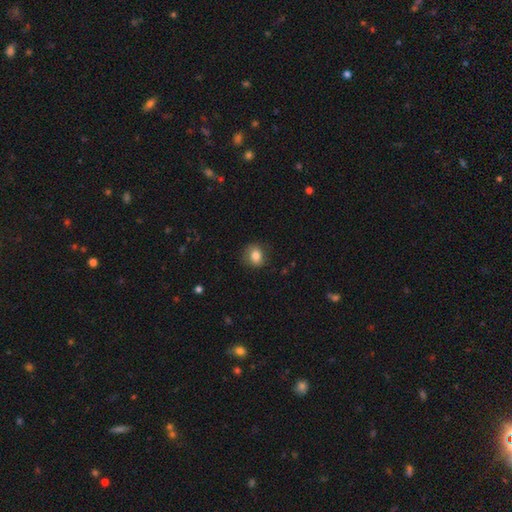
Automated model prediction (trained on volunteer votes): Morphology: type=smooth (81%); roundness=round (63%); merging=none (80%).